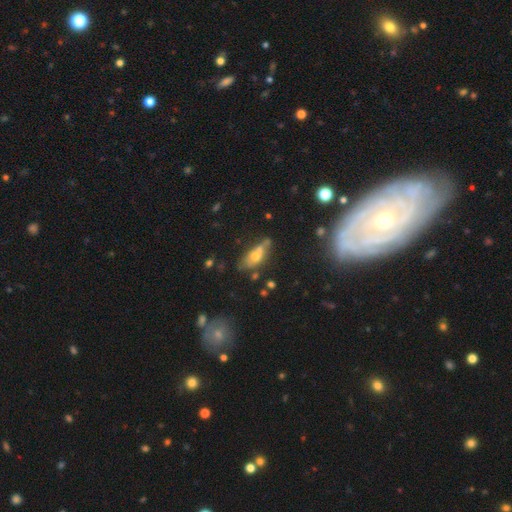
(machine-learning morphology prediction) Smooth or featured? Predicted: smooth (p=0.48). Merging? Predicted: none (p=0.49).